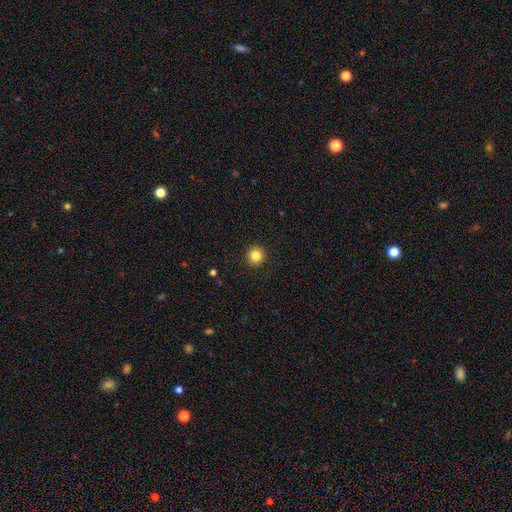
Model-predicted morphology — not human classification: Smooth or featured? Predicted: smooth (p=0.84). How rounded? Predicted: round (p=0.93). Merging? Predicted: none (p=0.92).